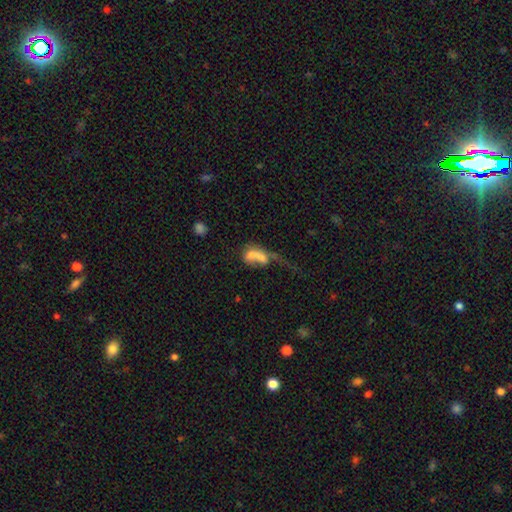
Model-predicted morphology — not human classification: type=smooth (61%); roundness=in between (69%); merging=merger (54%).